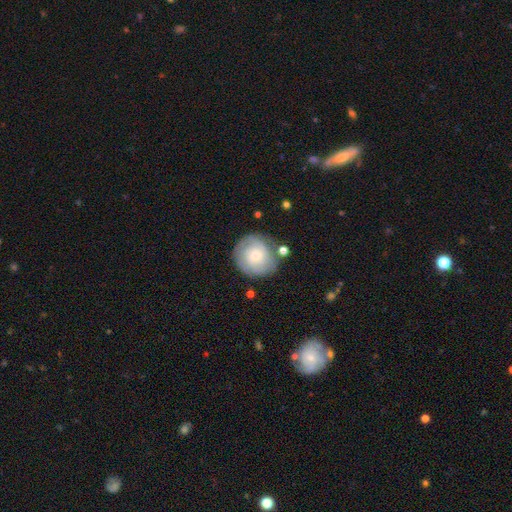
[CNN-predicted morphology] A featured or disk galaxy (58%) with no bar (75%), spiral arms (84%) and a small central bulge (63%). Merging: none (75%).